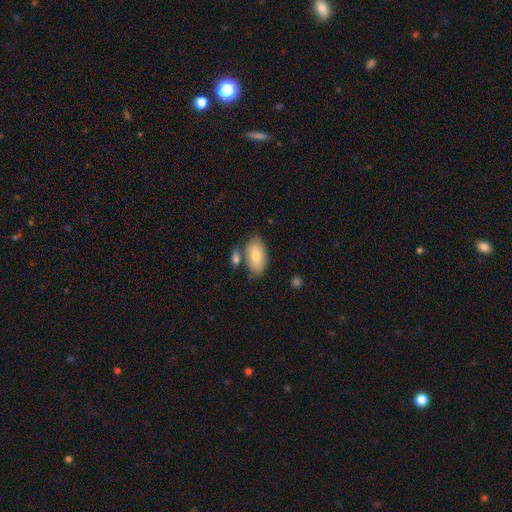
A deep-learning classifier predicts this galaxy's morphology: Overall: smooth (76%). How rounded: in between (93%). Merging: none (68%).